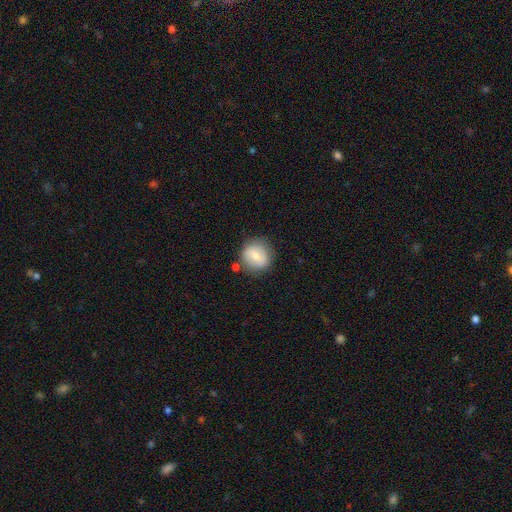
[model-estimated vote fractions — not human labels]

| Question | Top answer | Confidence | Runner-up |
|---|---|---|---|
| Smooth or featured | smooth | 63% | featured or disk (29%) |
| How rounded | round | 85% | in between (14%) |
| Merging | none | 76% | minor disturbance (15%) |